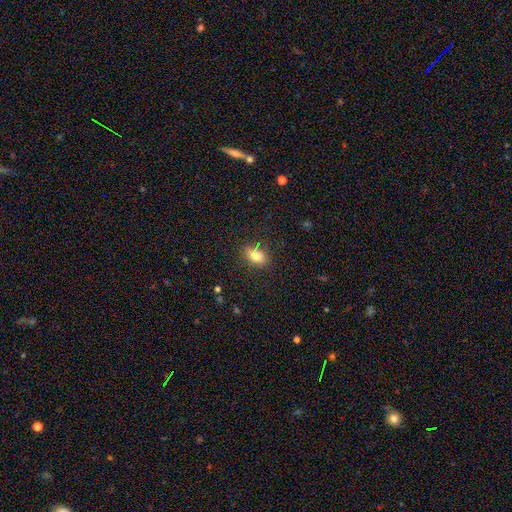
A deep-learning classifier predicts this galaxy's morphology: Smooth or featured? Predicted: smooth (p=0.80). How rounded? Predicted: in between (p=0.80). Merging? Predicted: none (p=0.78).